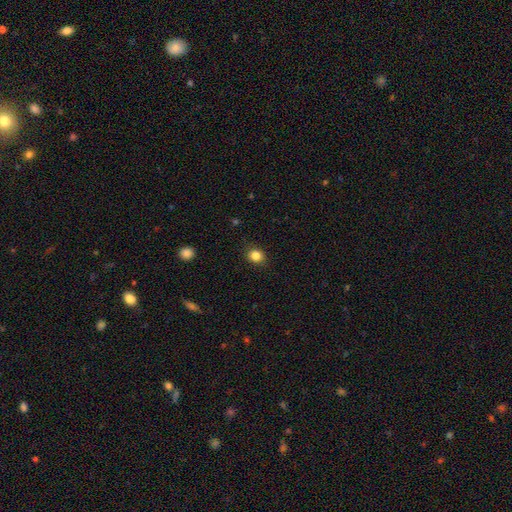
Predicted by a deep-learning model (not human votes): Overall: smooth (84%). How rounded: round (72%). Merging: none (89%).